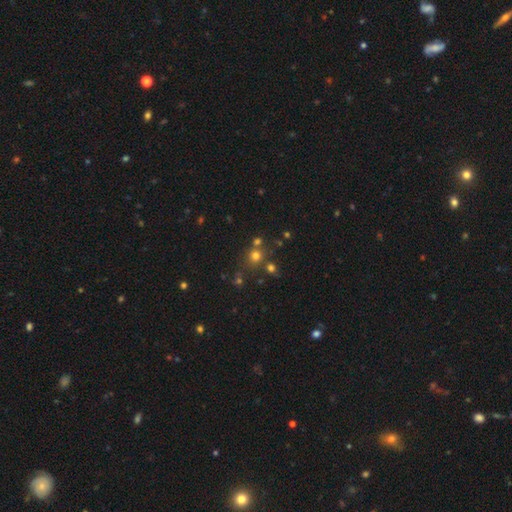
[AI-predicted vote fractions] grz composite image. It shows a smooth galaxy with no disk features (67%) that is round (88%). Merging: none (70%).